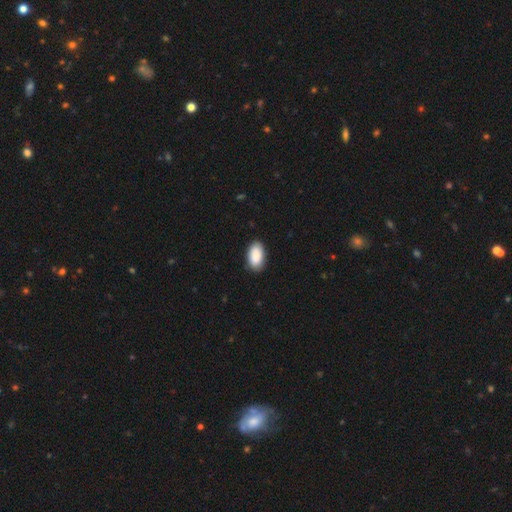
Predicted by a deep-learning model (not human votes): Smooth or featured? Predicted: smooth (p=0.89). How rounded? Predicted: in between (p=0.95). Merging? Predicted: none (p=0.83).